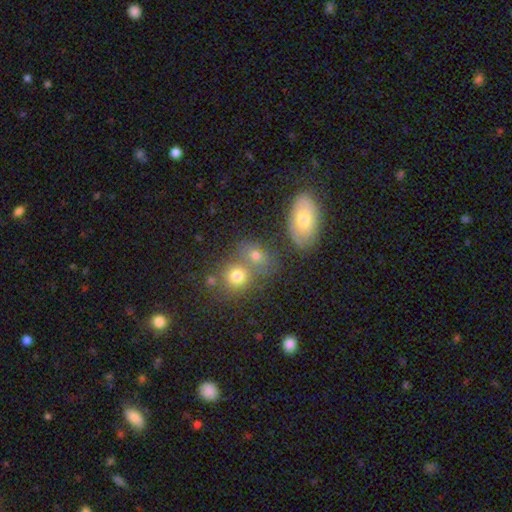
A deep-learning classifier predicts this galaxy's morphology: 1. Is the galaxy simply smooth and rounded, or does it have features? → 70% smooth, 16% star or artifact, 14% featured or disk.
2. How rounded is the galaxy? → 56% round, 43% in between, 1% cigar-shaped.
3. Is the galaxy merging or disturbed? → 45% merger, 41% none, 9% minor disturbance, 4% major disturbance.